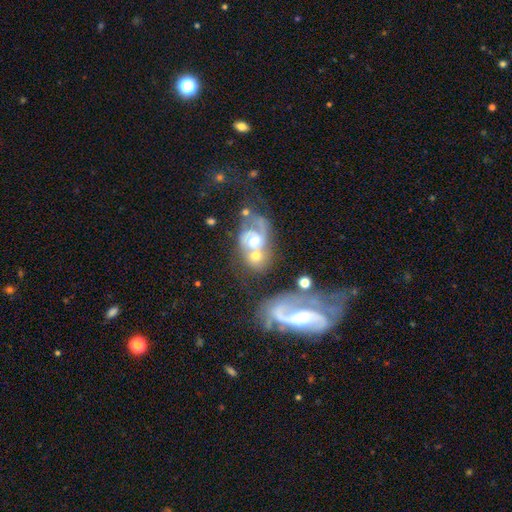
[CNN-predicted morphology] smooth_or_featured: featured or disk (p=0.71) [alt: smooth p=0.21]
disk_edge_on: no (p=0.96) [alt: yes p=0.04]
bar: no (p=0.60) [alt: weak p=0.32]
has_spiral_arms: yes (p=0.86) [alt: no p=0.14]
spiral_winding: medium (p=0.45) [alt: tight p=0.29]
spiral_arm_count: 2 (p=0.62) [alt: 1 p=0.15]
bulge_size: moderate (p=0.58) [alt: small p=0.19]
merging: merger (p=0.66) [alt: none p=0.16]